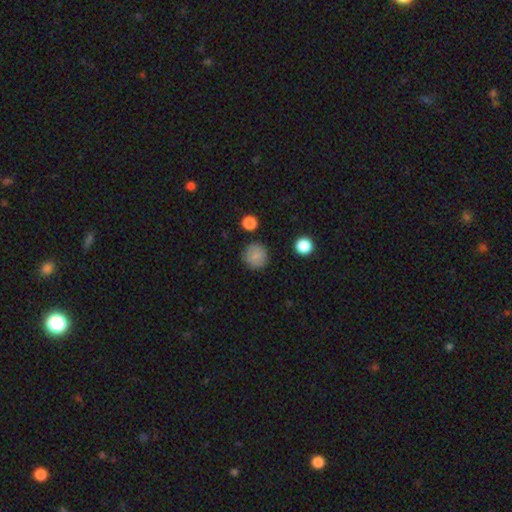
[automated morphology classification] Smooth or featured?
  - smooth: 83% *
  - star or artifact: 9%
  - featured or disk: 7%
How rounded?
  - round: 93% *
  - in between: 6%
  - cigar-shaped: 1%
Merging?
  - none: 87% *
  - minor disturbance: 8%
  - major disturbance: 3%
  - merger: 2%